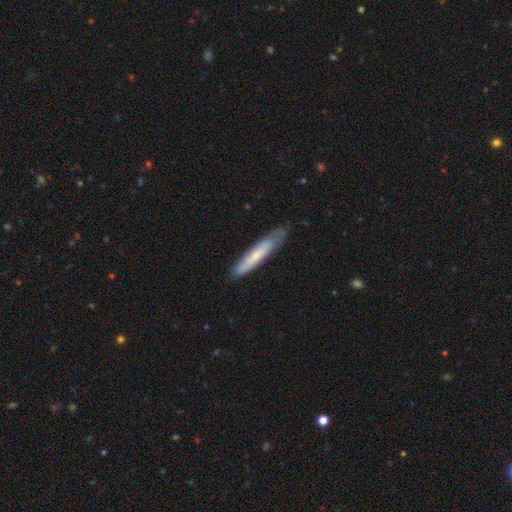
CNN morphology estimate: smooth-or-featured: smooth: 56% | featured or disk: 38% | star or artifact: 6%
  how-rounded: cigar-shaped: 90% | in between: 9% | round: 1%
  merging: none: 71% | minor disturbance: 22% | major disturbance: 5% | merger: 2%